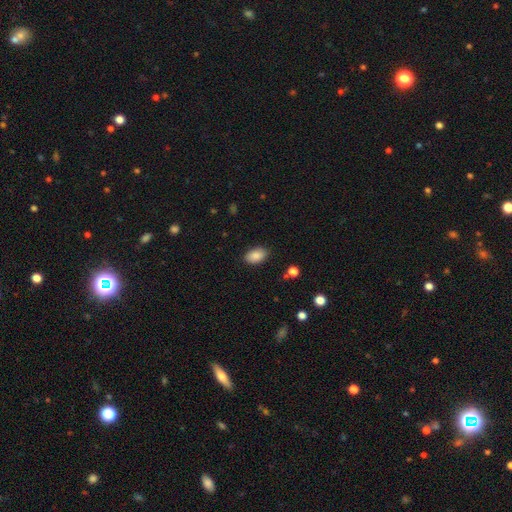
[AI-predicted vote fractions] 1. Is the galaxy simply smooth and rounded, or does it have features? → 88% smooth, 7% star or artifact, 5% featured or disk.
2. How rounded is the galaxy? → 91% in between, 8% round, 1% cigar-shaped.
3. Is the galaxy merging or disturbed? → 87% none, 10% minor disturbance, 3% major disturbance, 1% merger.